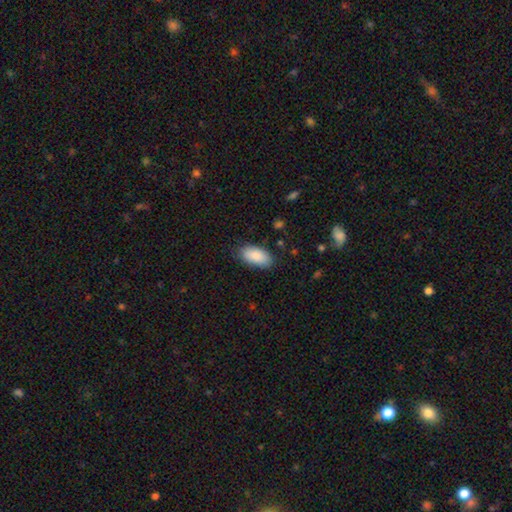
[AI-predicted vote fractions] Smooth or featured: smooth — 88% (star or artifact — 6%)
How rounded: in between — 94% (cigar-shaped — 4%)
Merging: none — 83% (minor disturbance — 13%)